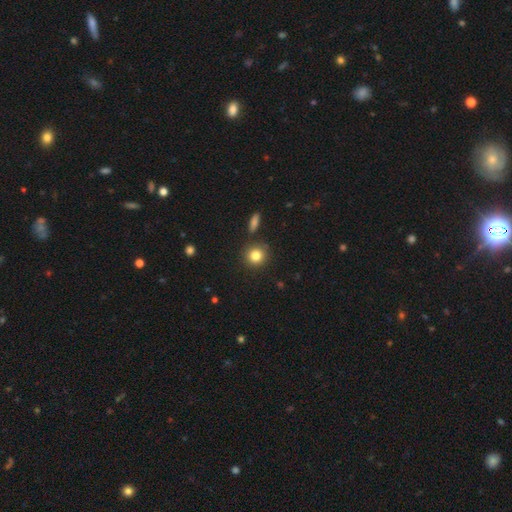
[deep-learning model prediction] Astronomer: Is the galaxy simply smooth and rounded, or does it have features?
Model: smooth — 83%.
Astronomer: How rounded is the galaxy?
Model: round — 90%.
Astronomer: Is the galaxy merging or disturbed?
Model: none — 86%.